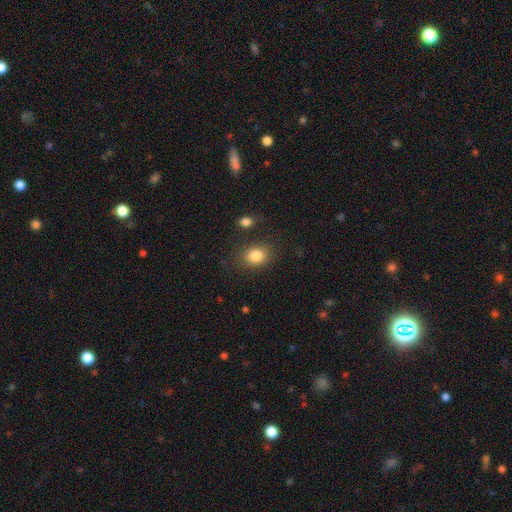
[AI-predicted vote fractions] smooth_or_featured: smooth (p=0.84) [alt: star or artifact p=0.10]
how_rounded: in between (p=0.54) [alt: round p=0.45]
merging: none (p=0.81) [alt: minor disturbance p=0.11]